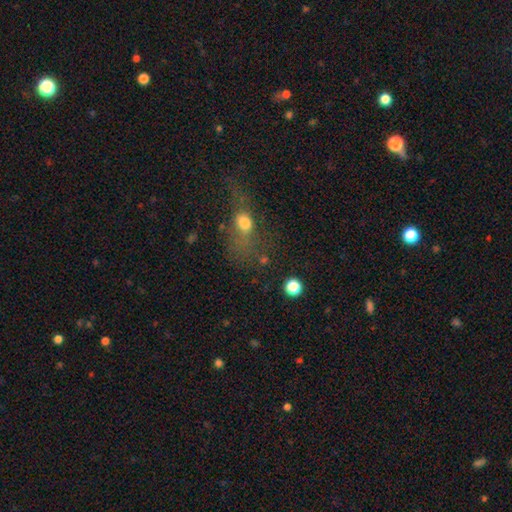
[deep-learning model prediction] smooth_or_featured: smooth (p=0.41) [alt: featured or disk p=0.31]
merging: none (p=0.39) [alt: major disturbance p=0.34]